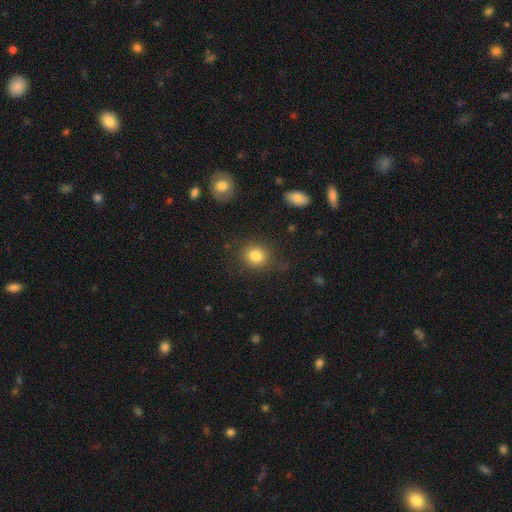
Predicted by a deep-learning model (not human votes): Morphology: type=smooth (83%); roundness=round (79%); merging=none (82%).